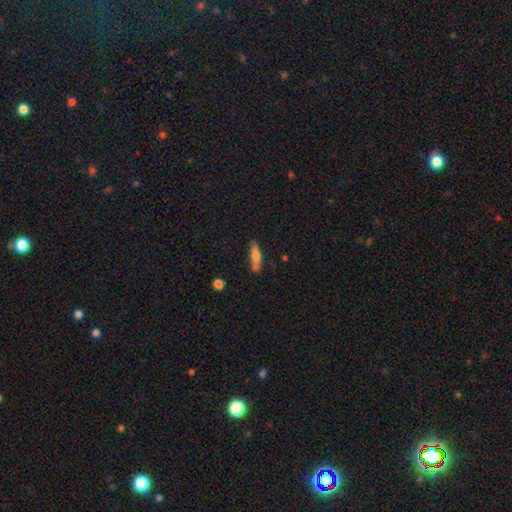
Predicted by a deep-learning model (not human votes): smooth 72%, featured or disk 20%, star or artifact 8%. Down the decision tree: how rounded — cigar-shaped (66%); merging — none (60%).